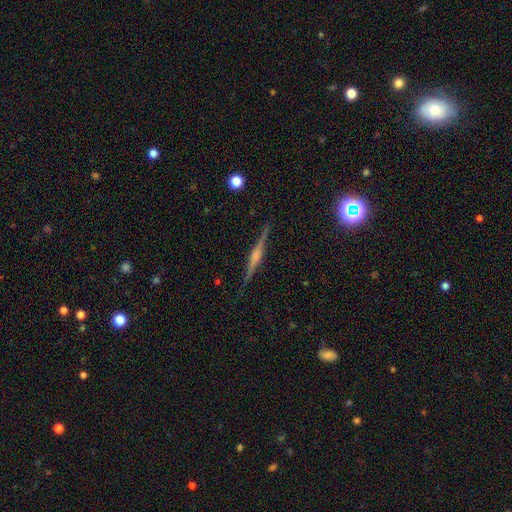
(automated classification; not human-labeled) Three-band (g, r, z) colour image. It shows a featured or disk galaxy (79%) viewed edge-on (98%) with a rounded central bulge (68%). Merging: none (91%).